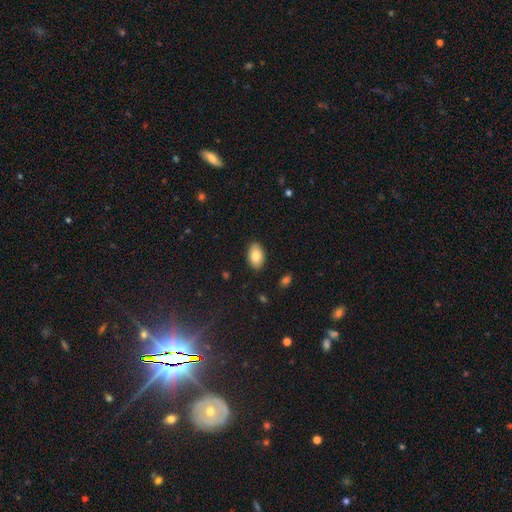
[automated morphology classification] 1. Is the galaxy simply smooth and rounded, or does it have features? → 83% smooth, 10% featured or disk, 7% star or artifact.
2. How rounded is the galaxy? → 92% in between, 7% round, 1% cigar-shaped.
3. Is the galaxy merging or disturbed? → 87% none, 10% minor disturbance, 2% major disturbance, 1% merger.